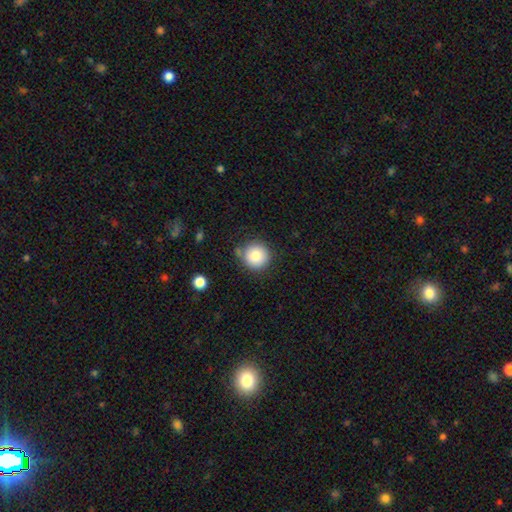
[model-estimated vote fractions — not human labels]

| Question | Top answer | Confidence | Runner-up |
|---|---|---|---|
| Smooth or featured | smooth | 83% | star or artifact (9%) |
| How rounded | round | 94% | in between (5%) |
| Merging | none | 77% | minor disturbance (14%) |